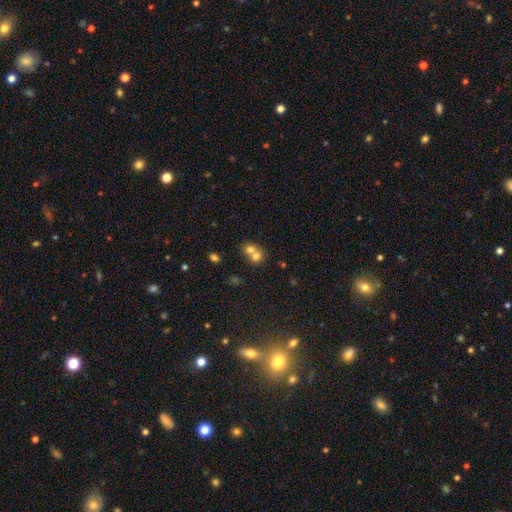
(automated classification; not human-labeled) Smooth or featured?
  - smooth: 70% *
  - featured or disk: 18%
  - star or artifact: 12%
How rounded?
  - round: 75% *
  - in between: 24%
  - cigar-shaped: 1%
Merging?
  - merger: 67% *
  - none: 26%
  - minor disturbance: 5%
  - major disturbance: 2%